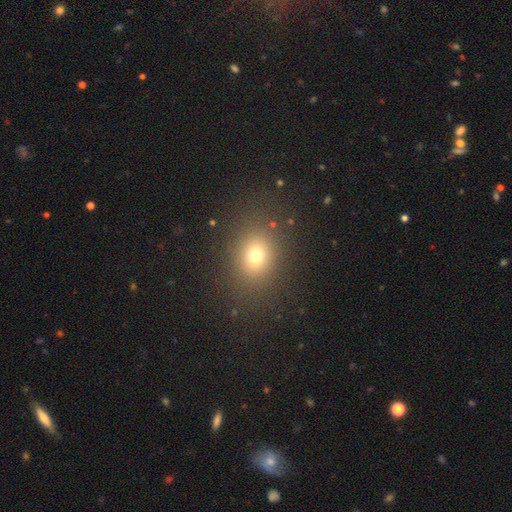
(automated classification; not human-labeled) smooth_or_featured: smooth (p=0.72) [alt: star or artifact p=0.18]
how_rounded: round (p=0.59) [alt: in between p=0.40]
merging: none (p=0.85) [alt: minor disturbance p=0.09]